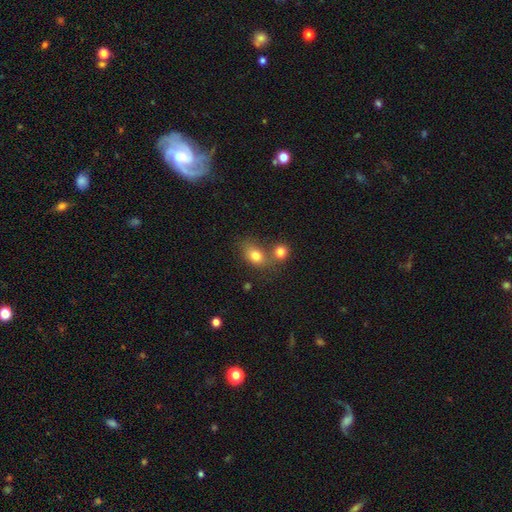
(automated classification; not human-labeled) Q: Smooth or featured?
A: smooth (79%); runner-up: star or artifact (11%)
Q: How rounded?
A: in between (65%); runner-up: round (33%)
Q: Merging?
A: merger (42%); runner-up: none (41%)